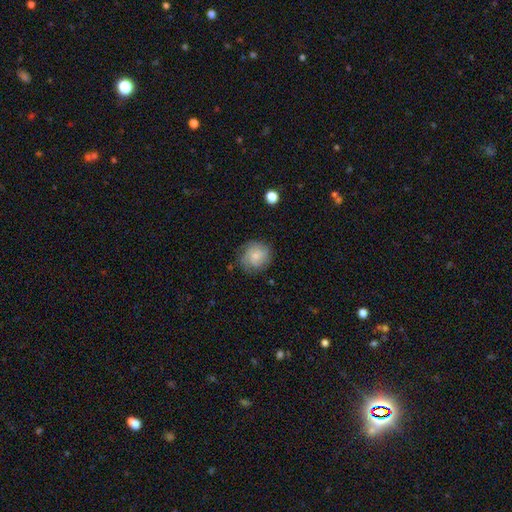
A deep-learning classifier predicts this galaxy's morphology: type=smooth (55%); roundness=round (84%); merging=none (72%).